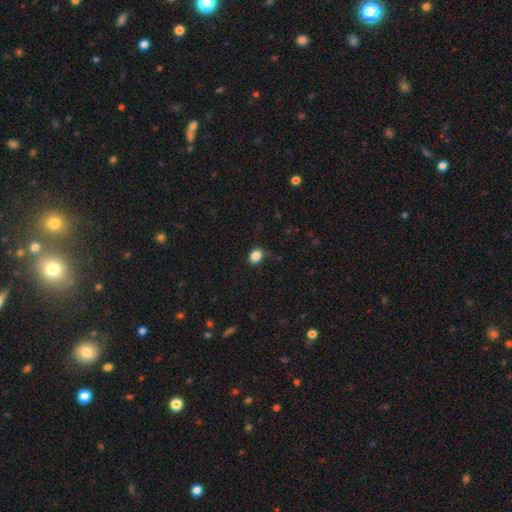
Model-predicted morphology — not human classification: smooth_or_featured: smooth (p=0.86) [alt: star or artifact p=0.10]
how_rounded: in between (p=0.57) [alt: round p=0.42]
merging: none (p=0.79) [alt: minor disturbance p=0.16]